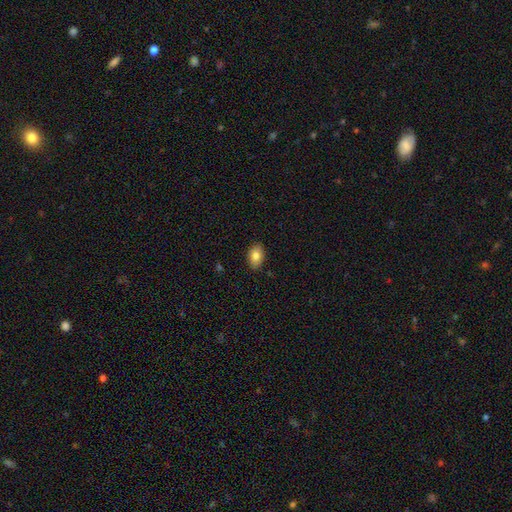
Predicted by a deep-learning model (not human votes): The model was most divided on "smooth or featured": smooth: 82%, featured or disk: 10%, star or artifact: 8%. More confident: merging — none (88%); how rounded — in between (87%).